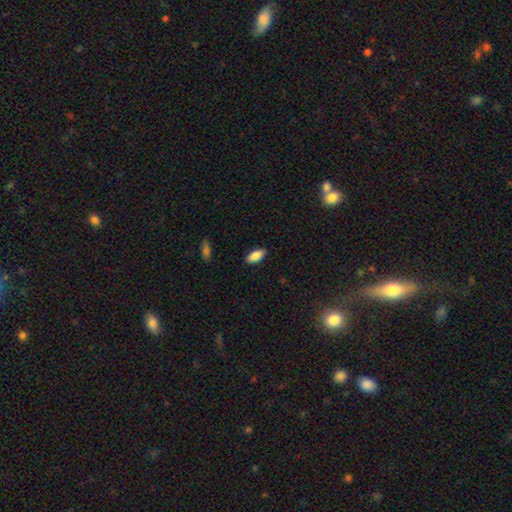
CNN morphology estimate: Smooth or featured? Predicted: smooth (p=0.87). How rounded? Predicted: in between (p=0.91). Merging? Predicted: none (p=0.89).